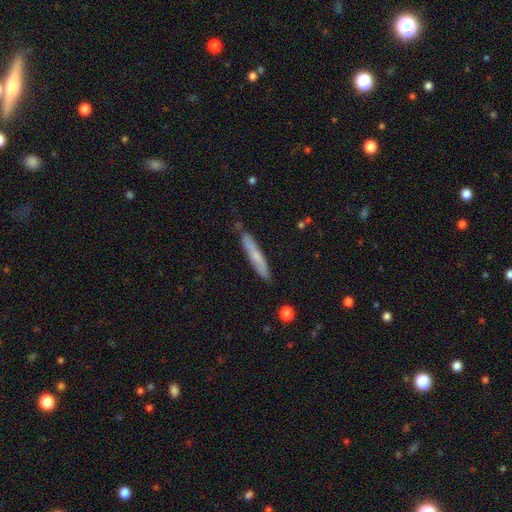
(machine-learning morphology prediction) smooth-or-featured: smooth: 60% | featured or disk: 33% | star or artifact: 6%
  how-rounded: cigar-shaped: 94% | in between: 5% | round: 1%
  merging: none: 80% | minor disturbance: 15% | major disturbance: 2% | merger: 2%